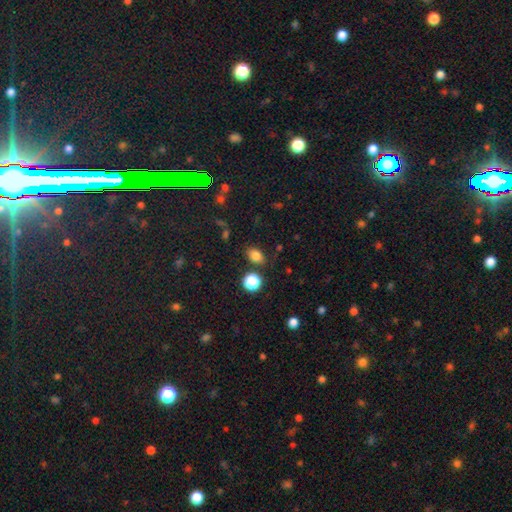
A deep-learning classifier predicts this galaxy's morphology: Smooth or featured: smooth — 80% (star or artifact — 14%)
How rounded: in between — 73% (round — 25%)
Merging: none — 80% (minor disturbance — 11%)